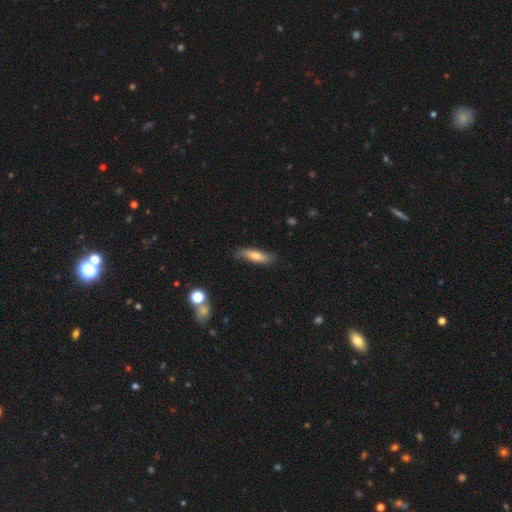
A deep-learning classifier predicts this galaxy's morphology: Smooth or featured: smooth — 63% (featured or disk — 30%)
How rounded: cigar-shaped — 66% (in between — 31%)
Merging: none — 76% (minor disturbance — 19%)